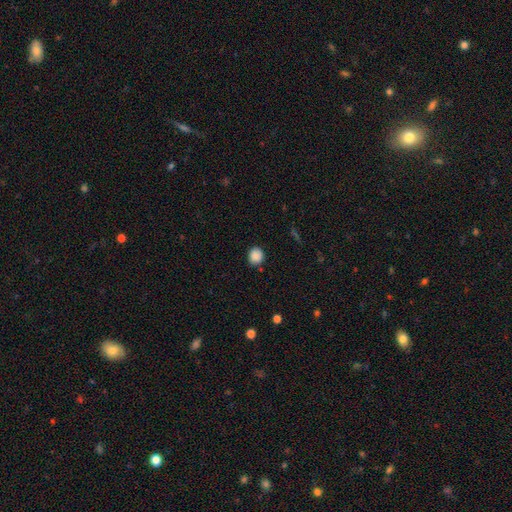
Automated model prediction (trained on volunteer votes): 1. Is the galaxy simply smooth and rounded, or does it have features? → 87% smooth, 9% star or artifact, 3% featured or disk.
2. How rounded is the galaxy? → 83% round, 16% in between, 1% cigar-shaped.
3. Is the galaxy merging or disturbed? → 85% none, 10% minor disturbance, 3% major disturbance, 2% merger.